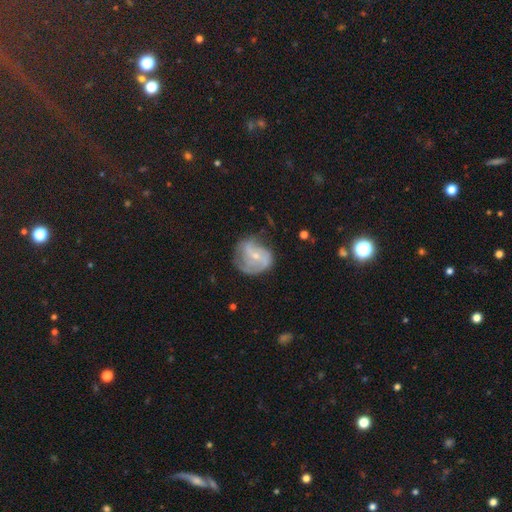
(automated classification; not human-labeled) smooth_or_featured: featured or disk (p=0.76) [alt: smooth p=0.17]
disk_edge_on: no (p=0.98) [alt: yes p=0.02]
bar: no (p=0.50) [alt: weak p=0.39]
has_spiral_arms: yes (p=0.90) [alt: no p=0.10]
spiral_winding: medium (p=0.42) [alt: tight p=0.36]
spiral_arm_count: 2 (p=0.35) [alt: 3 p=0.28]
bulge_size: small (p=0.68) [alt: moderate p=0.28]
merging: none (p=0.54) [alt: minor disturbance p=0.27]